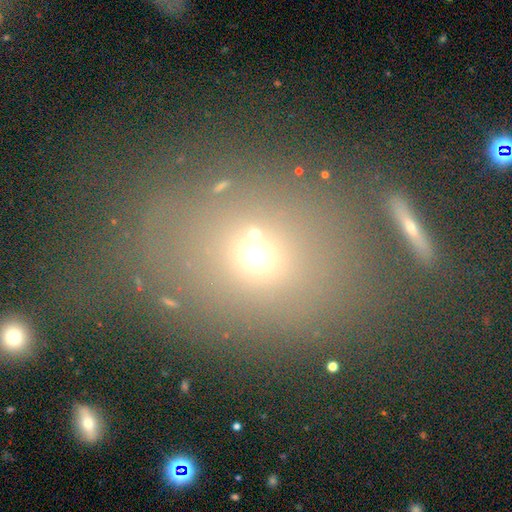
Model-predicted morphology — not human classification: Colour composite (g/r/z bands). It shows a smooth galaxy with no disk features (59%) that is round (60%). Merging: none (61%).